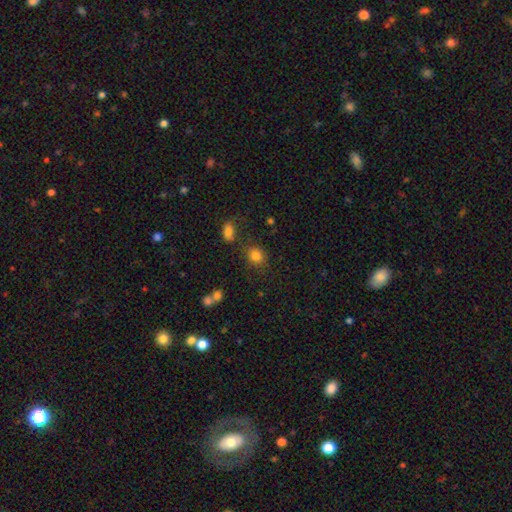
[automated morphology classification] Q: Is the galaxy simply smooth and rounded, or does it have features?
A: smooth — 82%.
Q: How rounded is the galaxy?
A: round — 68%.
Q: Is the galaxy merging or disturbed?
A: none — 75%.